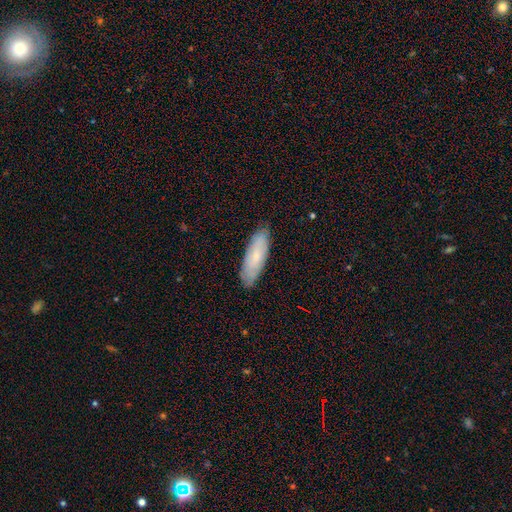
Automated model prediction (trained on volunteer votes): The model was most divided on "how rounded": in between: 55%, cigar-shaped: 43%, round: 2%. More confident: merging — none (85%); smooth or featured — smooth (67%).